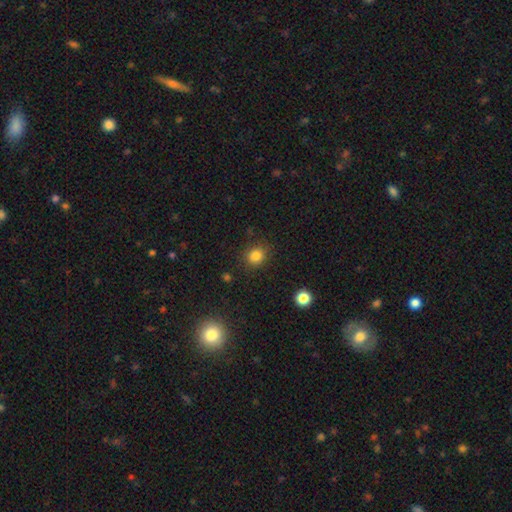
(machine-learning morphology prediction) smooth_or_featured: smooth (p=0.83) [alt: star or artifact p=0.13]
how_rounded: round (p=0.80) [alt: in between p=0.20]
merging: none (p=0.86) [alt: minor disturbance p=0.09]